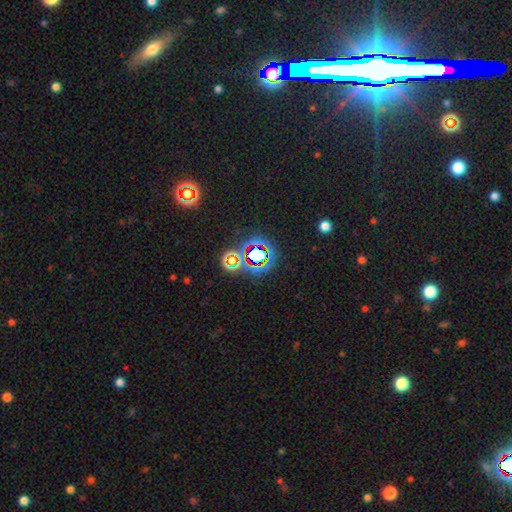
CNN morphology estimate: smooth-or-featured: star or artifact: 71% | smooth: 19% | featured or disk: 11%